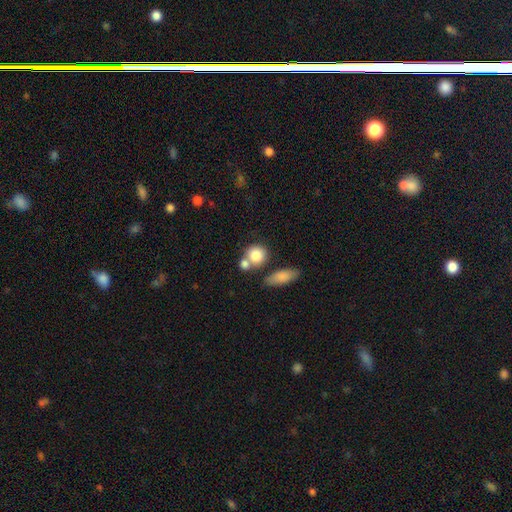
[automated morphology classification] smooth-or-featured: smooth: 83% | featured or disk: 9% | star or artifact: 8%
  how-rounded: round: 75% | in between: 23% | cigar-shaped: 2%
  merging: none: 50% | merger: 35% | minor disturbance: 11% | major disturbance: 5%